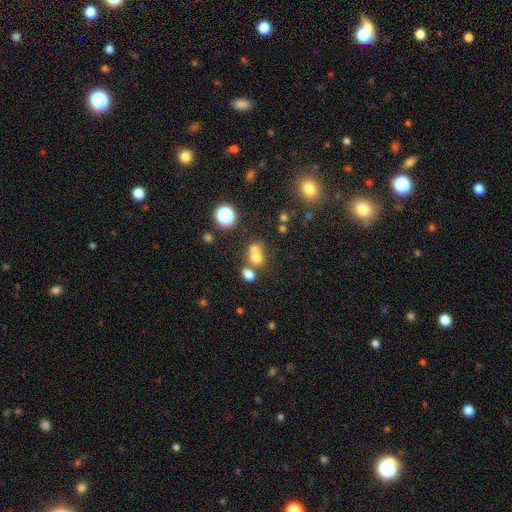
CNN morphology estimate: smooth-or-featured: smooth: 69% | star or artifact: 18% | featured or disk: 13%
  how-rounded: round: 65% | in between: 34% | cigar-shaped: 1%
  merging: merger: 51% | none: 37% | minor disturbance: 8% | major disturbance: 4%